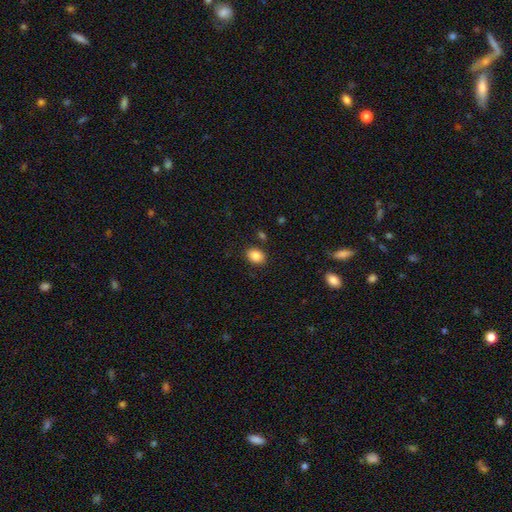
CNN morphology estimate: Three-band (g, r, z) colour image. It shows a smooth galaxy with no disk features (86%) that is in between round and cigar-shaped (66%). Merging: none (85%).